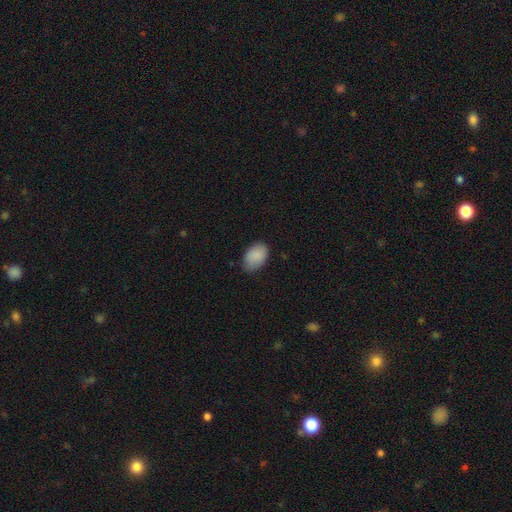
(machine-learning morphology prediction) type=smooth (89%); roundness=in between (89%); merging=none (79%).